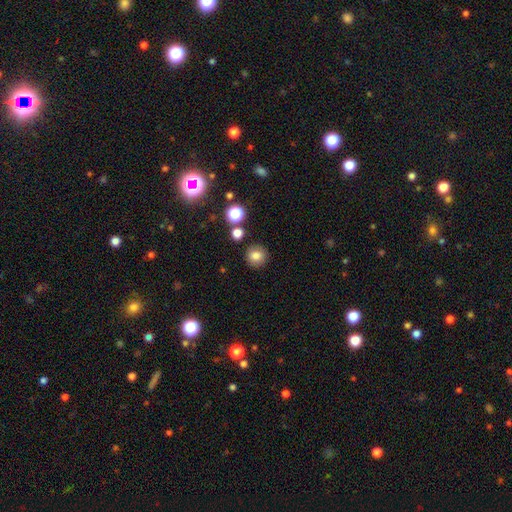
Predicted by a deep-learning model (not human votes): Q: Smooth or featured?
A: smooth (81%); runner-up: star or artifact (12%)
Q: How rounded?
A: round (91%); runner-up: in between (8%)
Q: Merging?
A: none (87%); runner-up: minor disturbance (7%)